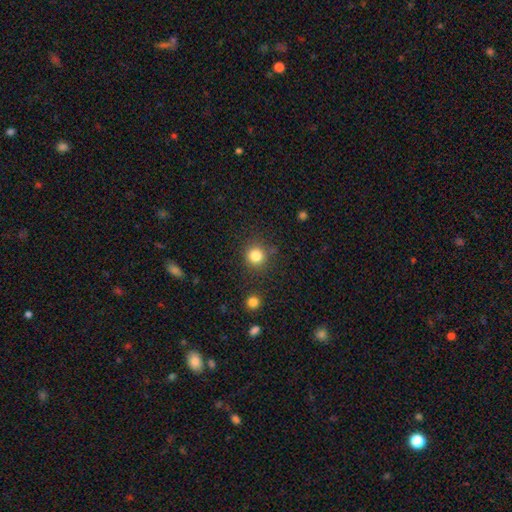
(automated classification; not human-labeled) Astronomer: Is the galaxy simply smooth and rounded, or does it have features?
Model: smooth — 83%.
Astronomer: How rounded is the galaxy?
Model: round — 92%.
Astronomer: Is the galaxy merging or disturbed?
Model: none — 84%.